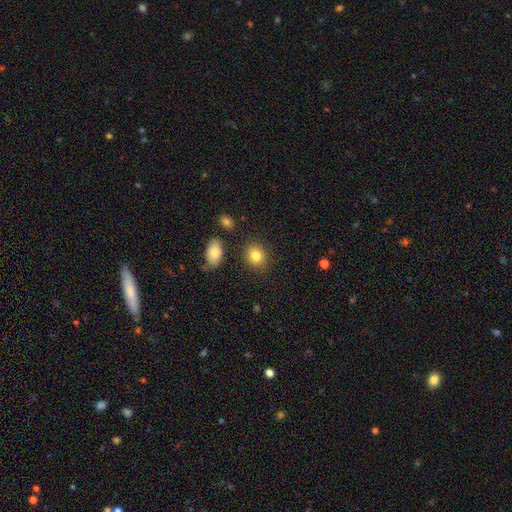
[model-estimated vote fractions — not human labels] The model was most divided on "how rounded": round: 65%, in between: 34%, cigar-shaped: 1%. More confident: merging — none (85%); smooth or featured — smooth (83%).